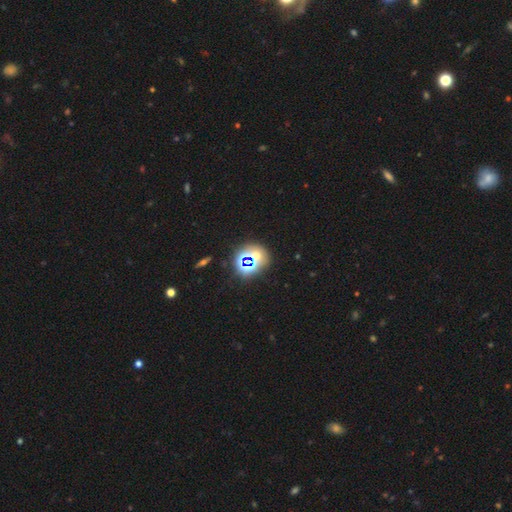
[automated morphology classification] Overall: star or artifact (57%; smooth 30%).